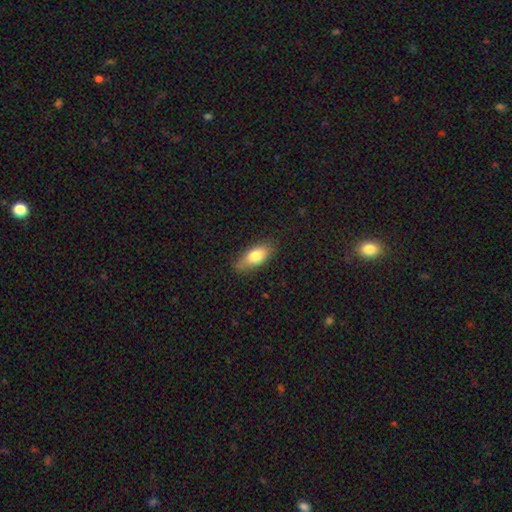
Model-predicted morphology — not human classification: This appears to be a smooth galaxy with no disk features (77%) that is in between round and cigar-shaped (80%). Merging: none (78%).